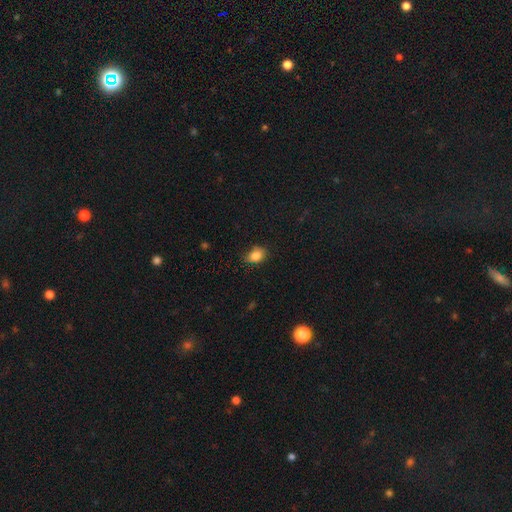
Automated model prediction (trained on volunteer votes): This is clearly a smooth galaxy (85%). How rounded: likely in between (69%). Merging: likely none (78%).